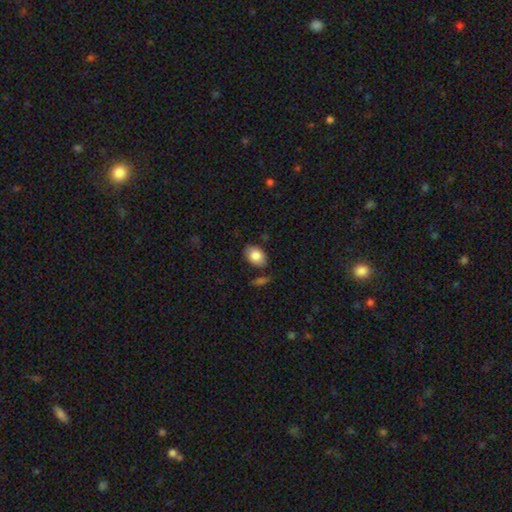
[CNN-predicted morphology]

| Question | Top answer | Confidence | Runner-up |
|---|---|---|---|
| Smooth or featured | smooth | 83% | featured or disk (10%) |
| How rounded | in between | 86% | round (13%) |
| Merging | none | 77% | minor disturbance (15%) |